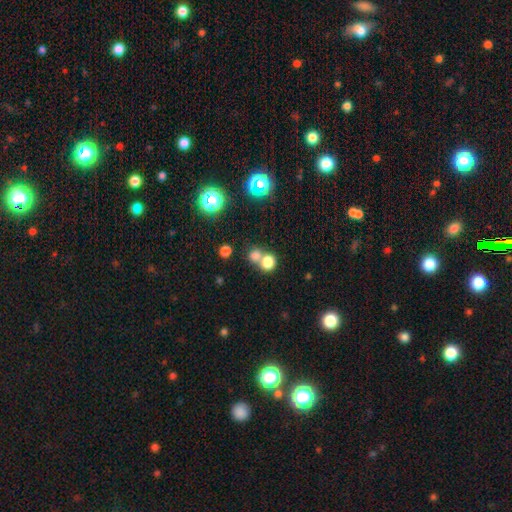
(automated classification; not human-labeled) Smooth or featured?
  - smooth: 72% *
  - star or artifact: 19%
  - featured or disk: 9%
How rounded?
  - round: 80% *
  - in between: 19%
  - cigar-shaped: 1%
Merging?
  - merger: 46% *
  - none: 45%
  - minor disturbance: 6%
  - major disturbance: 3%